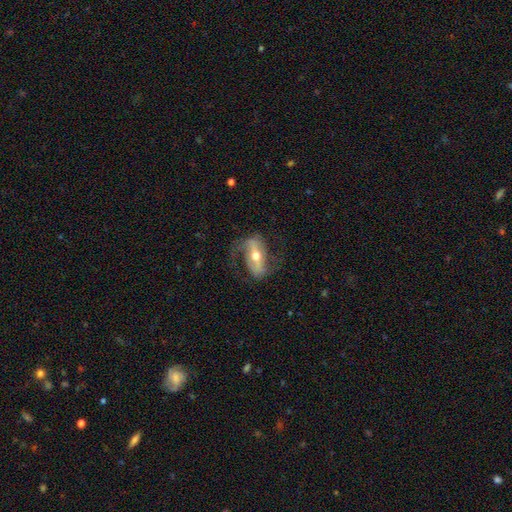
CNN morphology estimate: Smooth or featured: featured or disk — 79% (smooth — 16%)
Edge-on disk: no — 90% (yes — 10%)
Bar: strong — 57% (weak — 27%)
Spiral arms: yes — 85% (no — 15%)
Spiral winding: medium — 44% (loose — 40%)
Spiral arm count: 2 — 84% (1 — 7%)
Bulge size: moderate — 70% (small — 21%)
Merging: none — 66% (minor disturbance — 17%)